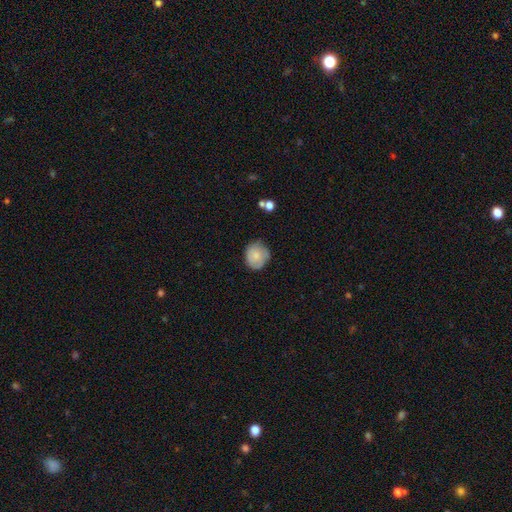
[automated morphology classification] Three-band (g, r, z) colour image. It shows a smooth galaxy with no disk features (70%) that is round (81%). Merging: none (69%).